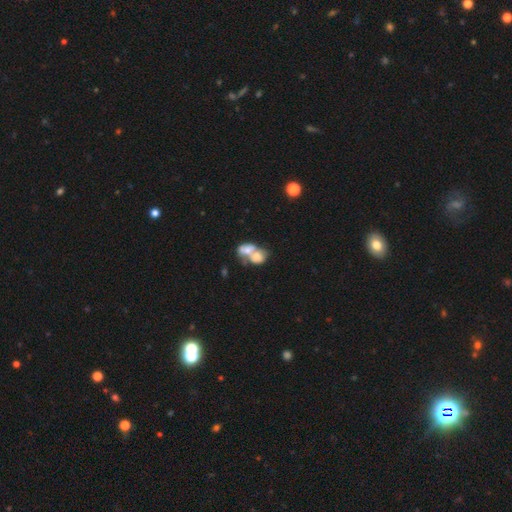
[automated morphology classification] A smooth galaxy with no disk features (59%) that is in between round and cigar-shaped (69%). Merging: merger (78%).